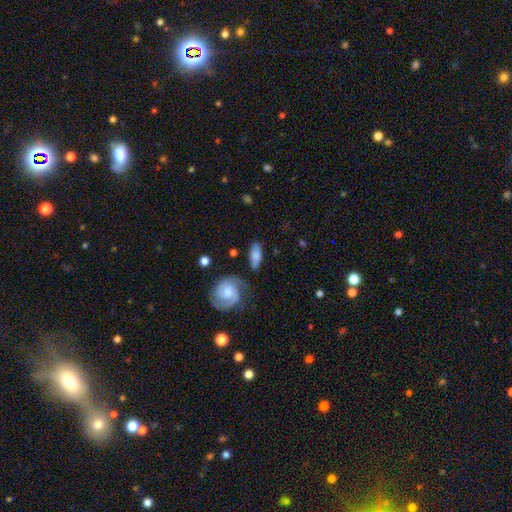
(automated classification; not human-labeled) A smooth galaxy with no disk features (66%) that is in between round and cigar-shaped (80%).

Vote fractions:
- Smooth or featured? smooth: 66% / featured or disk: 27% / star or artifact: 7%
- How rounded? in between: 80% / cigar-shaped: 16% / round: 4%
- Merging? none: 68% / minor disturbance: 20% / major disturbance: 7% / merger: 6%